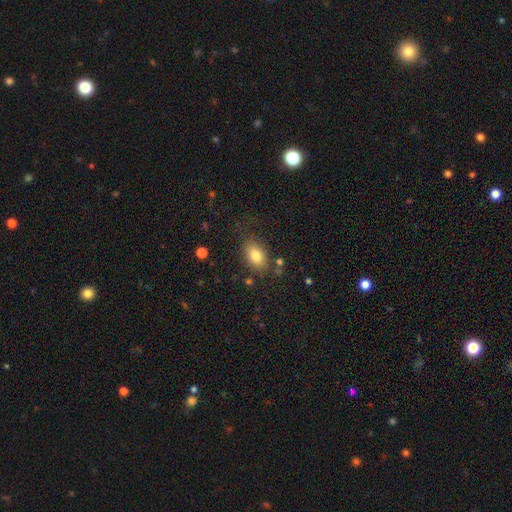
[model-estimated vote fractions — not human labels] smooth_or_featured: smooth (p=0.81) [alt: featured or disk p=0.10]
how_rounded: in between (p=0.85) [alt: round p=0.14]
merging: none (p=0.75) [alt: minor disturbance p=0.15]